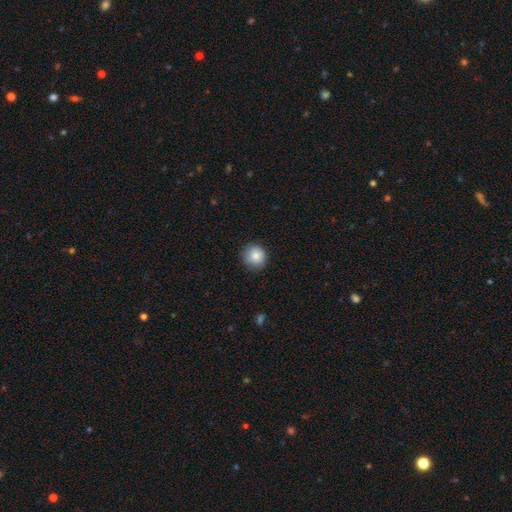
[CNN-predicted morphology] Q: Smooth or featured?
A: smooth (85%); runner-up: star or artifact (8%)
Q: How rounded?
A: round (92%); runner-up: in between (7%)
Q: Merging?
A: none (85%); runner-up: minor disturbance (11%)